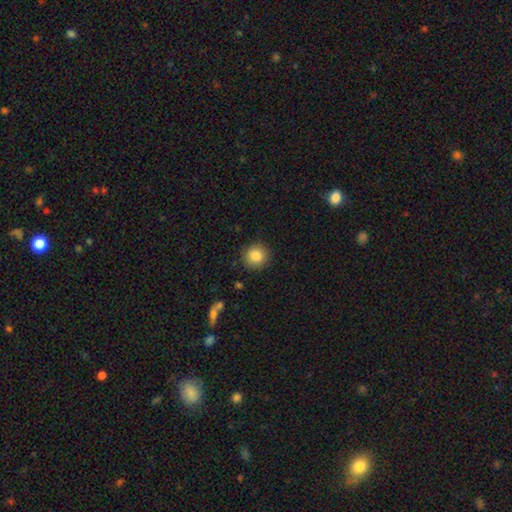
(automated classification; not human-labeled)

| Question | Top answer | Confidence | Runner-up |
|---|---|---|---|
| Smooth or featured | smooth | 86% | star or artifact (9%) |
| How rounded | round | 90% | in between (9%) |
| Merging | none | 89% | minor disturbance (7%) |